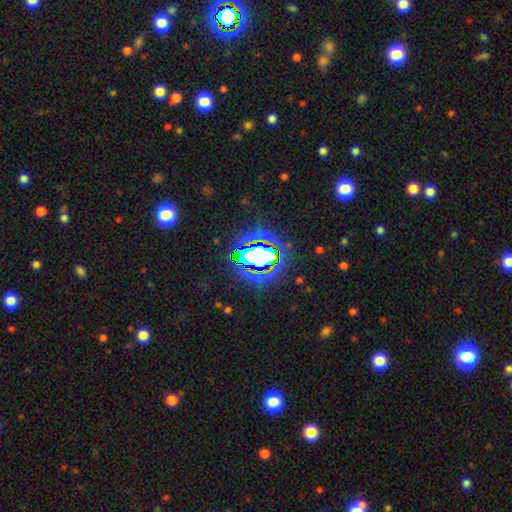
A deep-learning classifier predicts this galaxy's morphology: smooth-or-featured: star or artifact: 66% | smooth: 20% | featured or disk: 15%